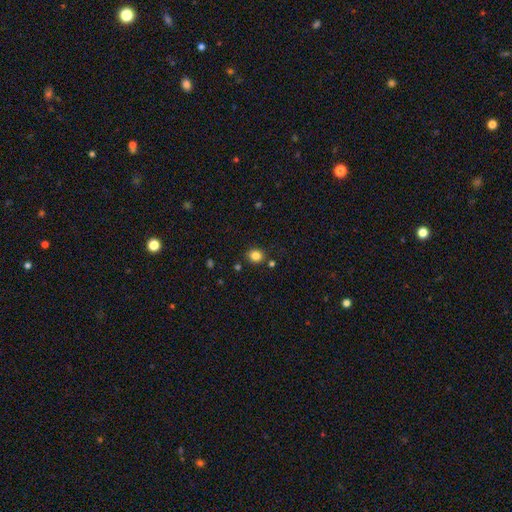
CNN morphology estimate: smooth-or-featured: smooth: 83% | star or artifact: 12% | featured or disk: 5%
  how-rounded: round: 75% | in between: 24% | cigar-shaped: 1%
  merging: none: 83% | minor disturbance: 10% | merger: 5% | major disturbance: 3%